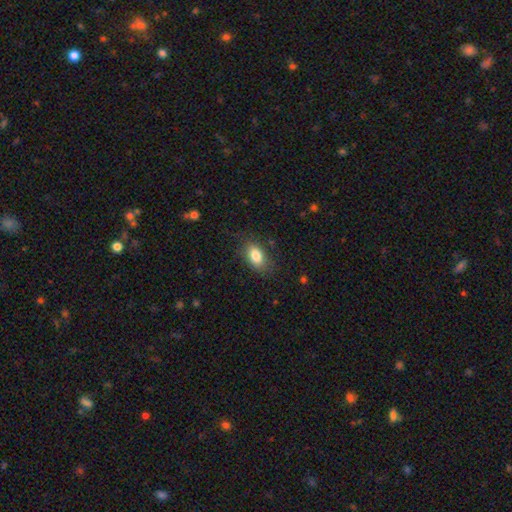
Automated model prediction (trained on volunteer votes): The model was most divided on "merging": none: 78%, minor disturbance: 15%, major disturbance: 5%, merger: 1%. More confident: how rounded — in between (88%); smooth or featured — smooth (83%).